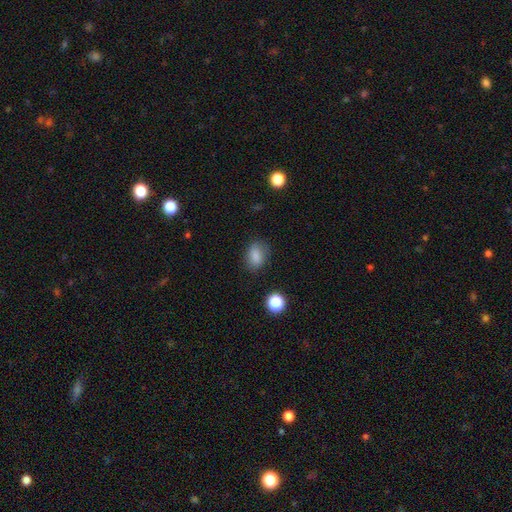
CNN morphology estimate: type=smooth (83%); roundness=in between (77%); merging=none (77%).